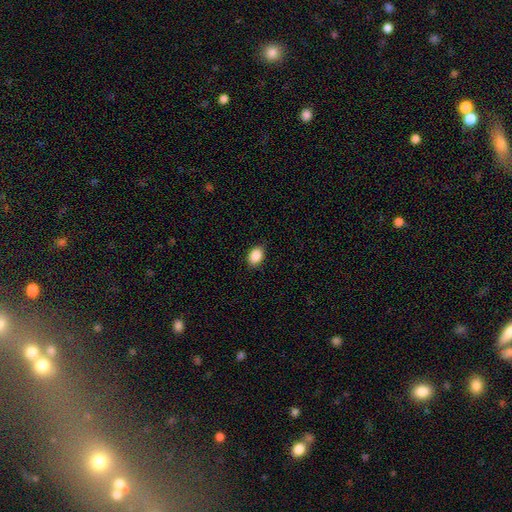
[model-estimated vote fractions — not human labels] Morphology: type=smooth (89%); roundness=in between (83%); merging=none (86%).